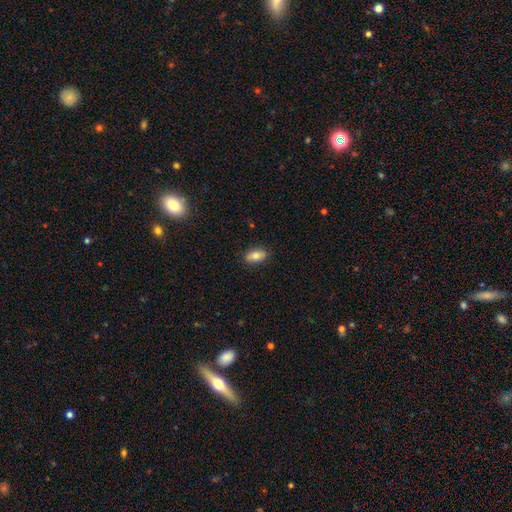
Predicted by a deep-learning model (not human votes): The model was most divided on "smooth or featured": smooth: 79%, featured or disk: 13%, star or artifact: 8%. More confident: how rounded — in between (90%); merging — none (85%).